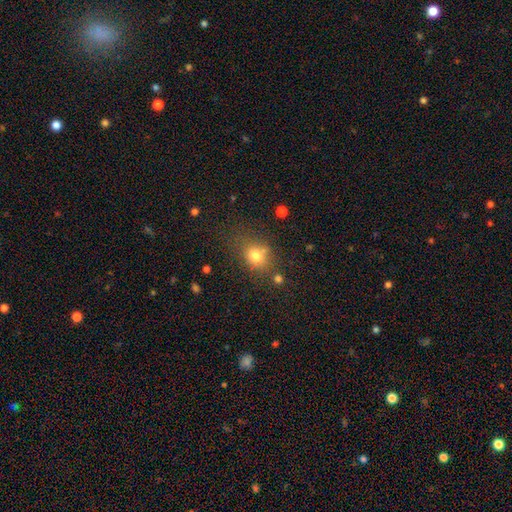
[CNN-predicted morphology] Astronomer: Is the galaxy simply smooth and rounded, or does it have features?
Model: smooth — 74%.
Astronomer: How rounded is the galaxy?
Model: round — 60% (runner-up: in between, 39%).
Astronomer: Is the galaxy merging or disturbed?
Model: none — 63%.